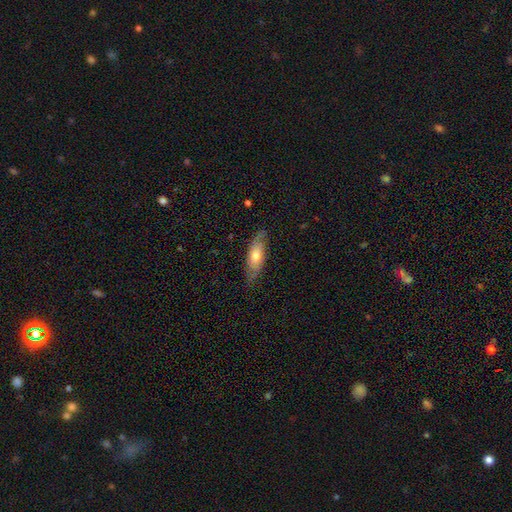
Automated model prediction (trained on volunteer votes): Q: Smooth or featured?
A: smooth (52%); runner-up: featured or disk (43%)
Q: How rounded?
A: in between (63%); runner-up: cigar-shaped (34%)
Q: Merging?
A: none (75%); runner-up: minor disturbance (20%)